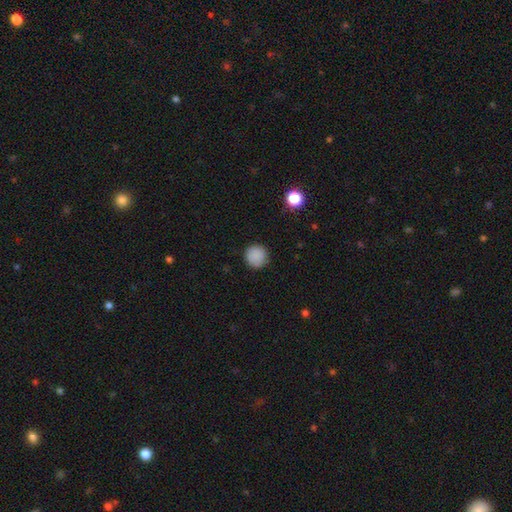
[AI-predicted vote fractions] Morphology: type=smooth (87%); roundness=round (95%); merging=none (89%).